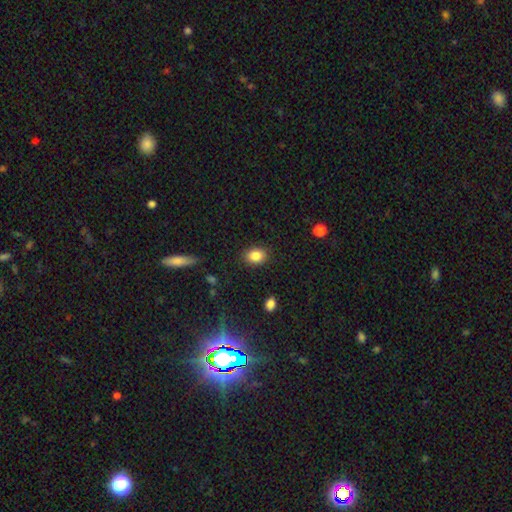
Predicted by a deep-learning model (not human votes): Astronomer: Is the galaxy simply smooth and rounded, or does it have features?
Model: smooth — 86%.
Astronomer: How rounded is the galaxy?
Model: in between — 60% (runner-up: round, 39%).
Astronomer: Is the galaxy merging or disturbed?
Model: none — 87%.